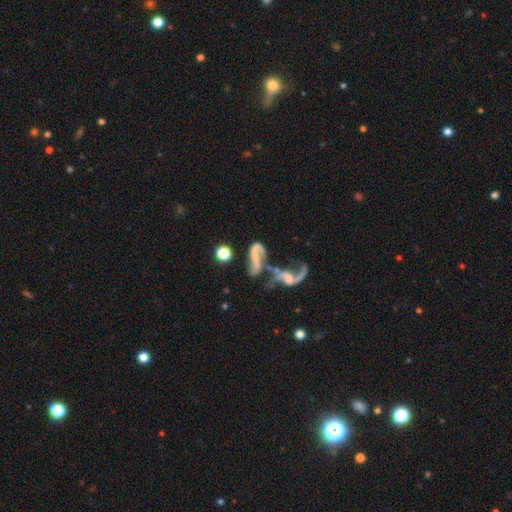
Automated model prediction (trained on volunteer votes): This appears to be a featured or disk galaxy (71%) with no bar (54%), 2 (73%) loose (80%) spiral arms (76%) and no central bulge (44%). Merging: merger (56%).